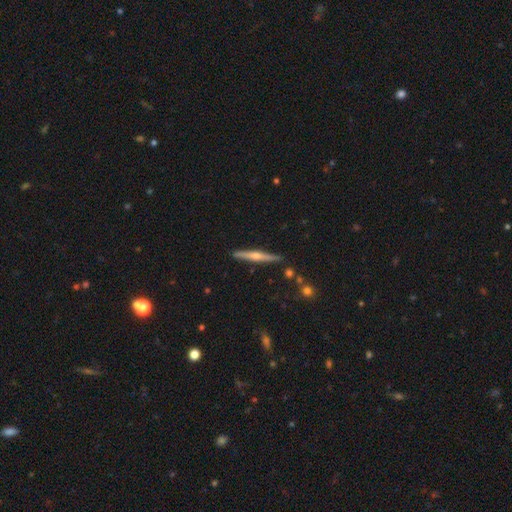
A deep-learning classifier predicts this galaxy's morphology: This is likely a featured or disk galaxy (69%). It is clearly viewed edge-on (98%). Edge-on bulge: clearly rounded (83%). Merging: clearly none (89%).